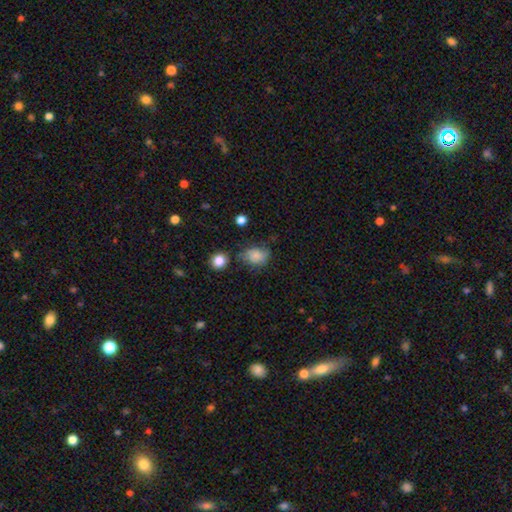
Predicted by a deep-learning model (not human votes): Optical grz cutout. It shows a smooth galaxy with no disk features (81%) that is in between round and cigar-shaped (65%). Merging: none (57%).